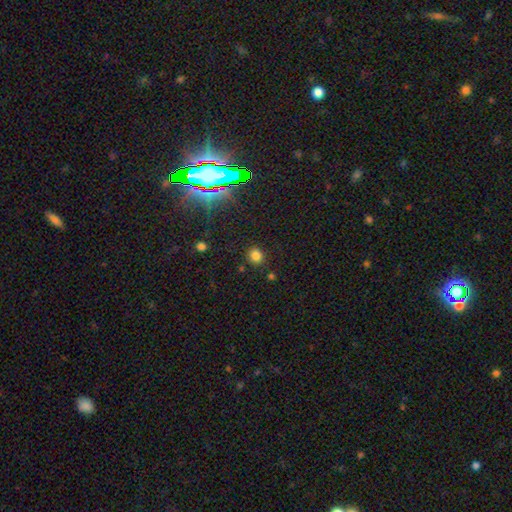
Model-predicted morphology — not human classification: Smooth or featured? smooth (78%)
How rounded? round (84%)
Merging? none (87%)